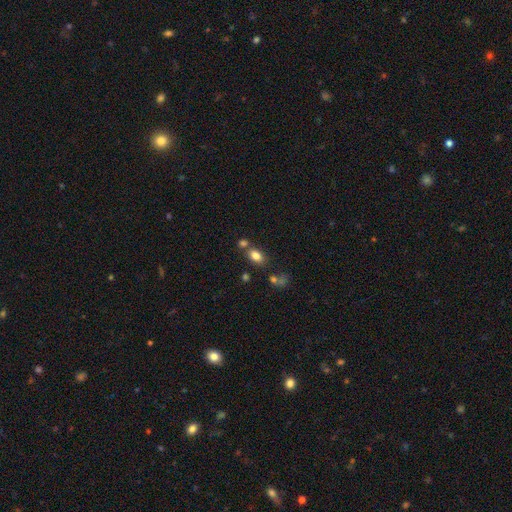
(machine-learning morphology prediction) Overall: smooth (81%). How rounded: in between (80%). Merging: none (63%).